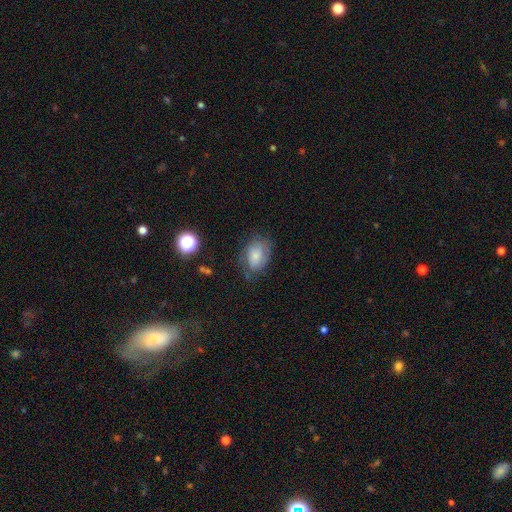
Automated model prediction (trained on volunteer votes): This appears to be a smooth galaxy with no disk features (63%) that is in between round and cigar-shaped (81%). Merging: none (58%).